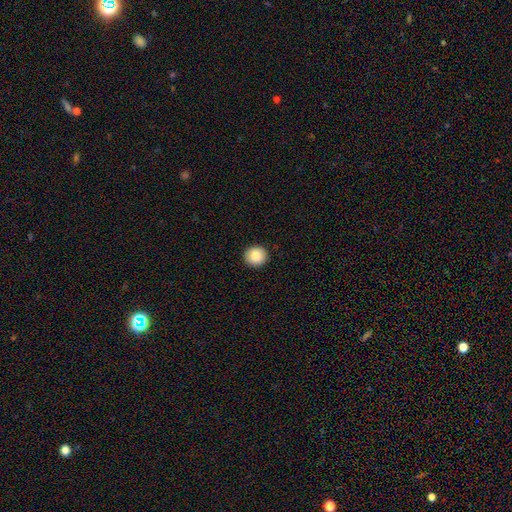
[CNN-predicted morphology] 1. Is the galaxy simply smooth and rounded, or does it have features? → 88% smooth, 8% star or artifact, 4% featured or disk.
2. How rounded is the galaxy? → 93% round, 7% in between, 1% cigar-shaped.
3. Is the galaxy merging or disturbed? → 93% none, 5% minor disturbance, 2% major disturbance, 1% merger.